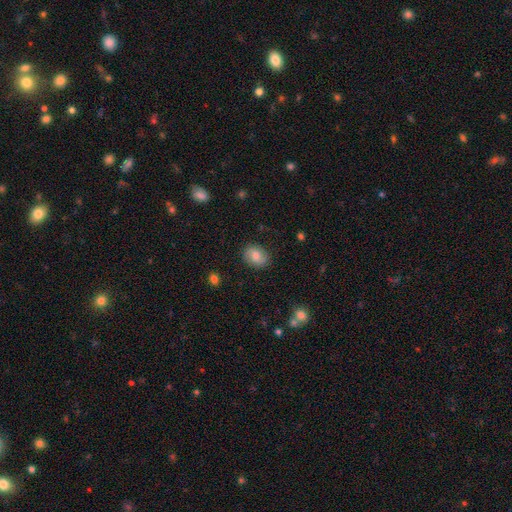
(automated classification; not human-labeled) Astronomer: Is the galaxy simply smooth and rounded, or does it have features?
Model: smooth — 68%.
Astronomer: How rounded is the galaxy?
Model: in between — 63%.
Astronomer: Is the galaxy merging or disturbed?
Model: none — 84%.